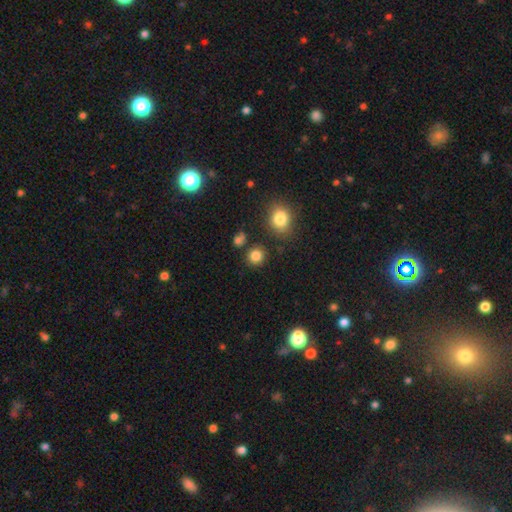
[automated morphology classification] smooth_or_featured: smooth (p=0.83) [alt: star or artifact p=0.12]
how_rounded: round (p=0.87) [alt: in between p=0.12]
merging: none (p=0.84) [alt: minor disturbance p=0.08]